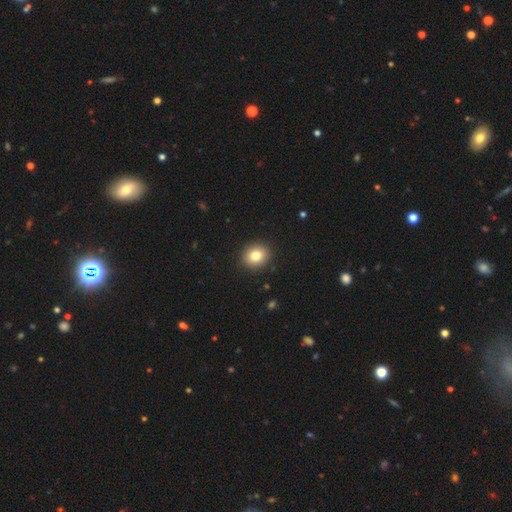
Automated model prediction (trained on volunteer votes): This is clearly a smooth galaxy (82%). How rounded: likely round (74%). Merging: clearly none (92%).